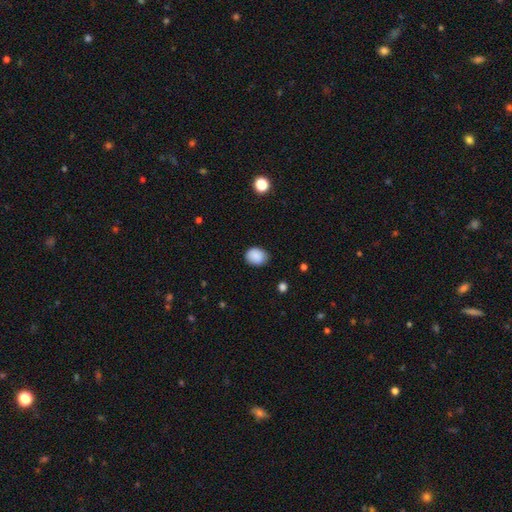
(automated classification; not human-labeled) Morphology: type=smooth (89%); roundness=in between (50%, tied with round); merging=none (77%).